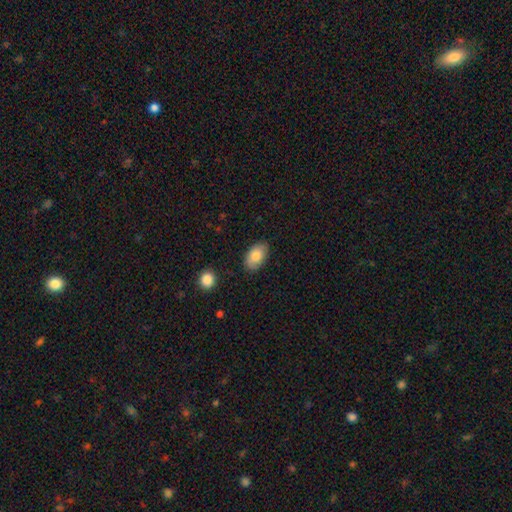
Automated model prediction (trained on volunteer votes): Smooth or featured? smooth (83%)
How rounded? in between (92%)
Merging? none (83%)